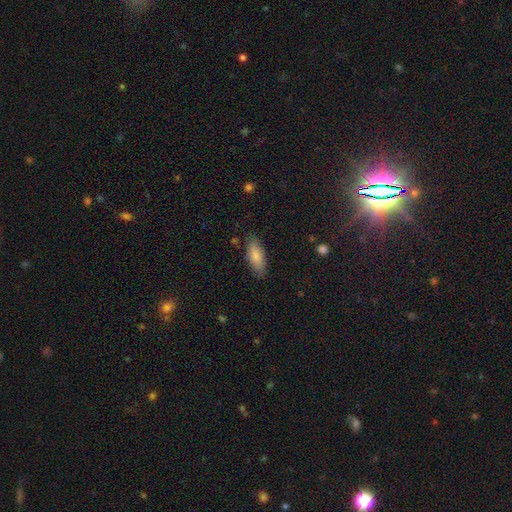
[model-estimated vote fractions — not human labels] Overall: smooth (83%). How rounded: in between (74%). Merging: none (82%).